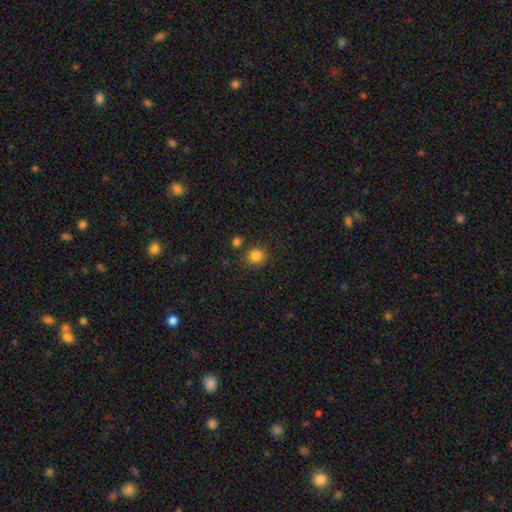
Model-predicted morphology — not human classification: A smooth galaxy with no disk features (84%) that is round (87%). Merging: none (82%).